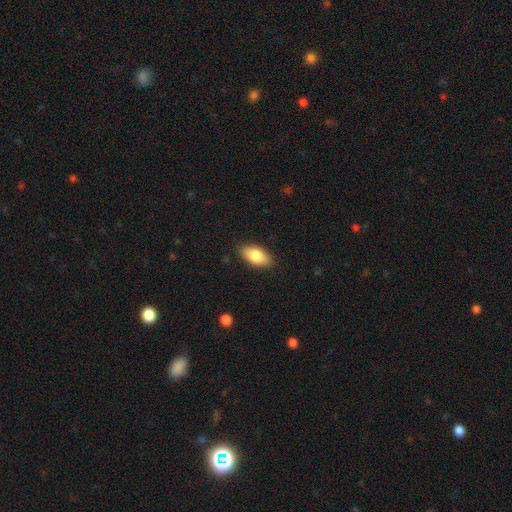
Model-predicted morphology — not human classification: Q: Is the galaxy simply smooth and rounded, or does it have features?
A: smooth — 82%.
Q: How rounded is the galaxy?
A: in between — 91%.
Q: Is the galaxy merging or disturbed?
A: none — 87%.